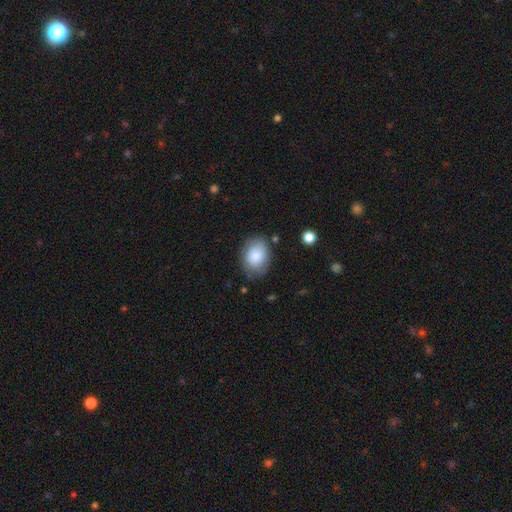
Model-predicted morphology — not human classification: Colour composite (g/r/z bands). It shows a smooth galaxy with no disk features (82%) that is in between round and cigar-shaped (71%). Merging: none (73%).